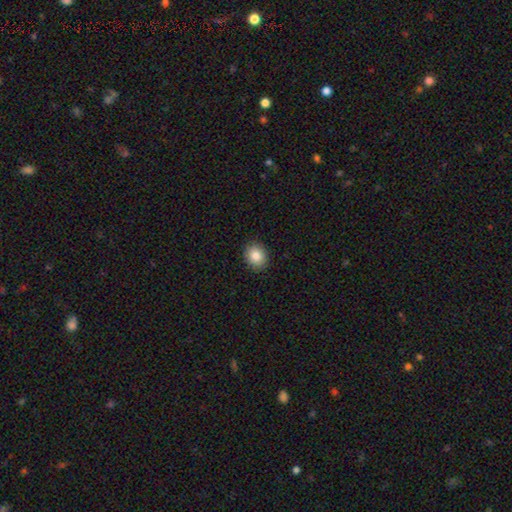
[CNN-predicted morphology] Q: Smooth or featured?
A: smooth (86%); runner-up: star or artifact (8%)
Q: How rounded?
A: round (57%); runner-up: in between (42%)
Q: Merging?
A: none (90%); runner-up: minor disturbance (7%)